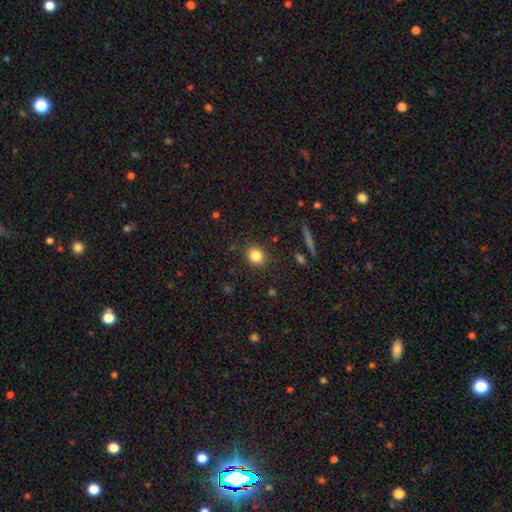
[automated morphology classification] Overall: smooth (83%). How rounded: round (73%). Merging: none (87%).